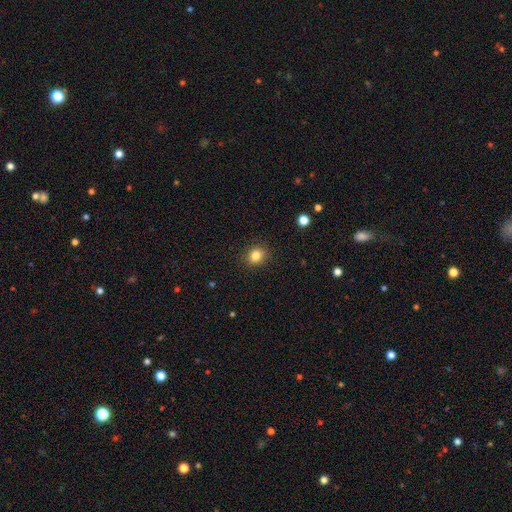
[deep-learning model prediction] The model was most divided on "how rounded": round: 72%, in between: 27%, cigar-shaped: 1%. More confident: merging — none (90%); smooth or featured — smooth (83%).